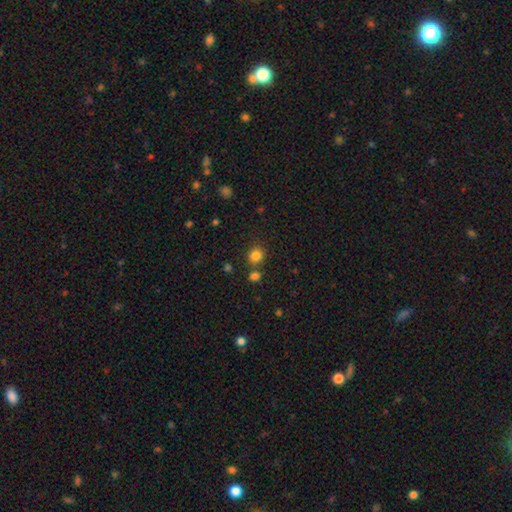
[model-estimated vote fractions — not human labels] Morphology: type=smooth (82%); roundness=round (77%); merging=none (74%).